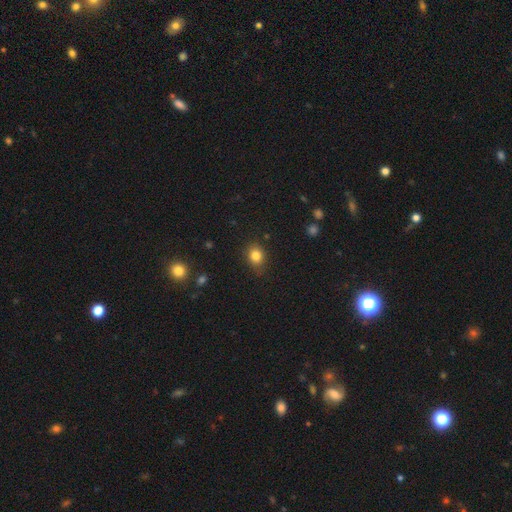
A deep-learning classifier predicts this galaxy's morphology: A smooth galaxy with no disk features (82%) that is round (59%). Merging: none (82%).